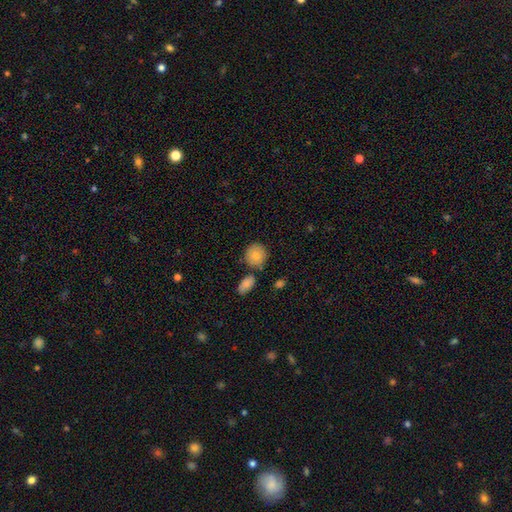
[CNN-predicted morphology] The model was most divided on "merging": none: 73%, minor disturbance: 12%, merger: 12%, major disturbance: 3%. More confident: how rounded — round (85%); smooth or featured — smooth (80%).